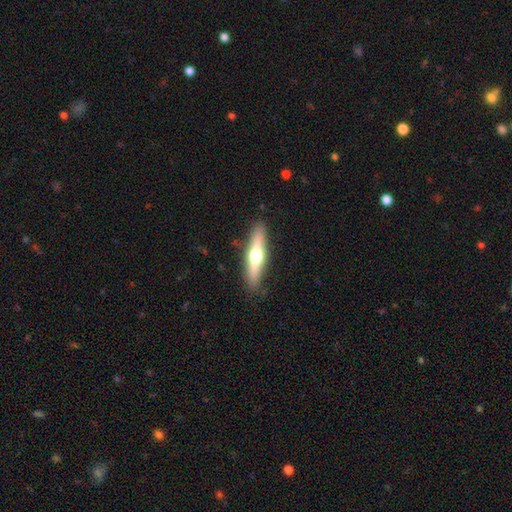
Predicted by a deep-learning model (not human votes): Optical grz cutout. It shows a featured or disk galaxy (53%) viewed edge-on (92%). Merging: none (87%).